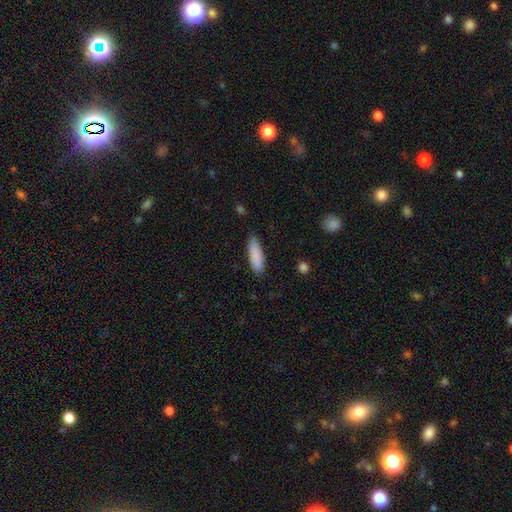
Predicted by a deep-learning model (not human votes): smooth_or_featured: smooth (p=0.88) [alt: featured or disk p=0.06]
how_rounded: cigar-shaped (p=0.52) [alt: in between p=0.47]
merging: none (p=0.85) [alt: minor disturbance p=0.12]